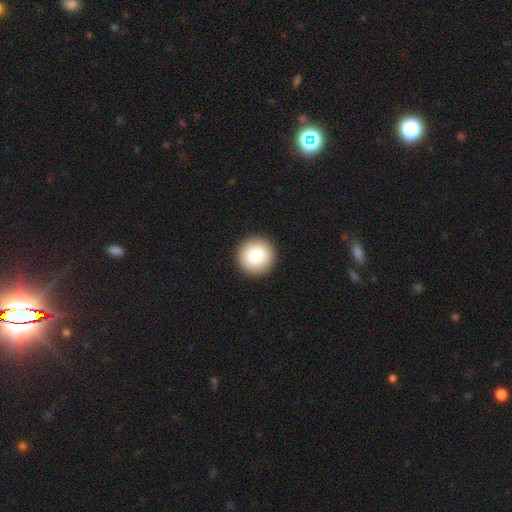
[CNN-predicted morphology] type=smooth (83%); roundness=round (95%); merging=none (93%).